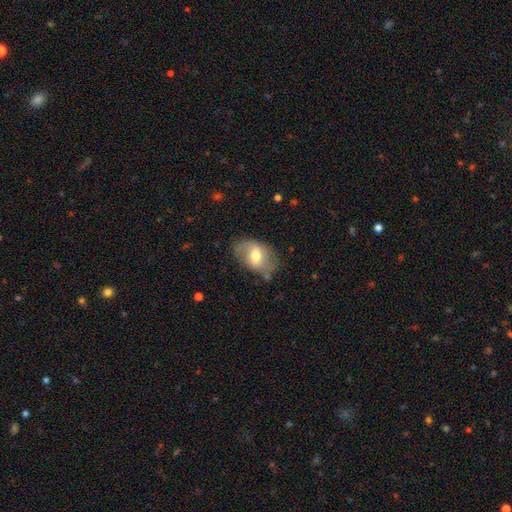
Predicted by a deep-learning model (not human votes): smooth-or-featured: featured or disk: 50% | smooth: 43% | star or artifact: 7%
  disk-edge-on: no: 93% | yes: 7%
  merging: none: 68% | minor disturbance: 22% | major disturbance: 8% | merger: 2%